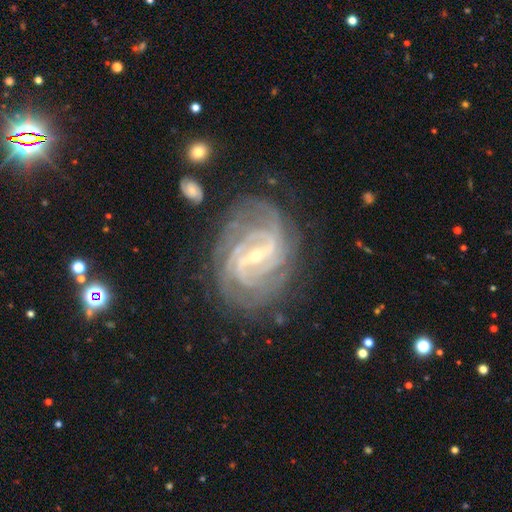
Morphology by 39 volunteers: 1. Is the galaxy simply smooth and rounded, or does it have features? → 87% featured or disk, 8% star or artifact, 5% smooth.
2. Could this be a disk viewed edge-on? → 100% no, 0% yes.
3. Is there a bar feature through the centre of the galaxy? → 71% strong, 26% weak, 3% no.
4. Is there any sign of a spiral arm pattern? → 100% yes, 0% no.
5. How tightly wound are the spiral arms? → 53% tight, 38% medium, 9% loose.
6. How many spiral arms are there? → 44% 2, 21% 4, 12% 3, 12% more than 4, 9% can't tell, 3% 1.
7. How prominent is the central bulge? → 76% small, 24% moderate, 0% dominant, 0% large, 0% none.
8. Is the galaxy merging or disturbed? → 64% none, 28% minor disturbance, 6% merger, 3% major disturbance.